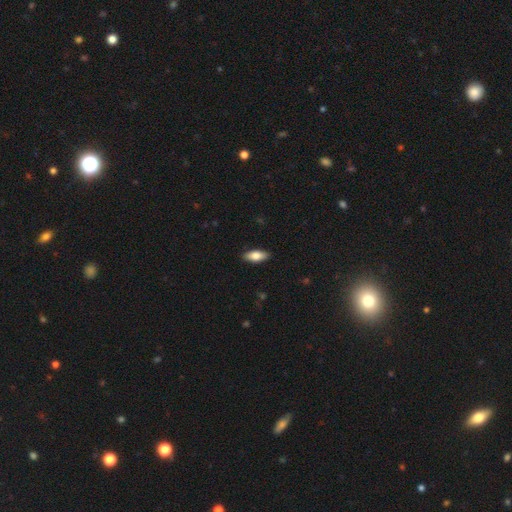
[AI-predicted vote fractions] Smooth or featured: smooth — 77% (featured or disk — 17%)
How rounded: in between — 81% (cigar-shaped — 16%)
Merging: none — 89% (minor disturbance — 8%)